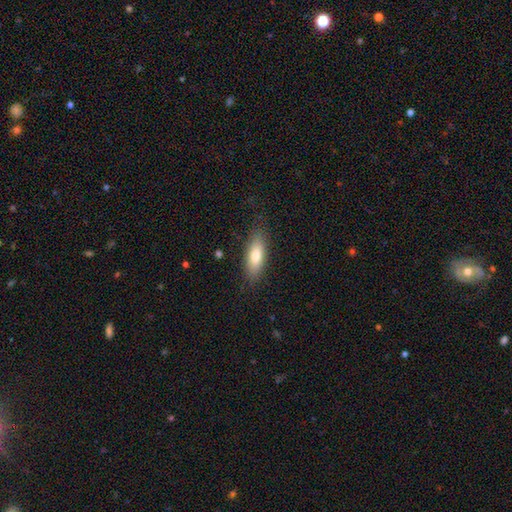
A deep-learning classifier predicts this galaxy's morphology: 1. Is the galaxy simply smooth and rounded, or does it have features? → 74% smooth, 19% featured or disk, 7% star or artifact.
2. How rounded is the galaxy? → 69% in between, 29% cigar-shaped, 3% round.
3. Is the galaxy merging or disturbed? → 84% none, 12% minor disturbance, 3% major disturbance, 1% merger.